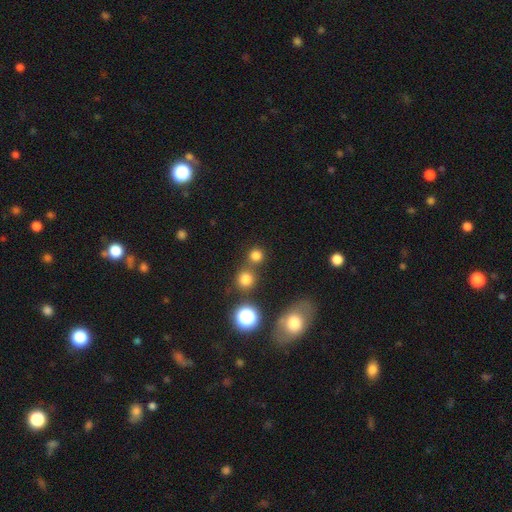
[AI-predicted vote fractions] A smooth galaxy with no disk features (75%) that is round (90%). Merging: none (67%).